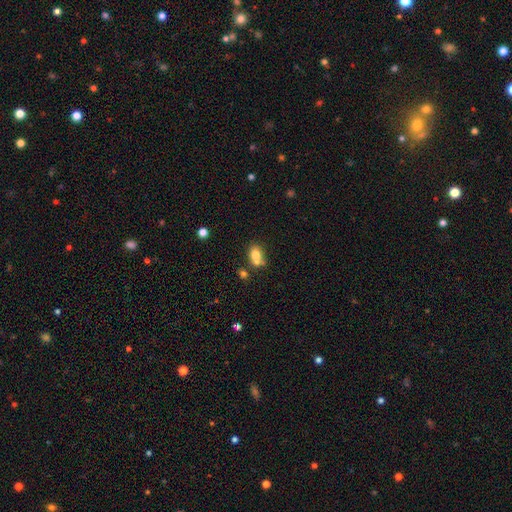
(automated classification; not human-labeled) Smooth or featured?
  - smooth: 75% *
  - featured or disk: 14%
  - star or artifact: 11%
How rounded?
  - in between: 70% *
  - round: 29%
  - cigar-shaped: 2%
Merging?
  - merger: 46% *
  - none: 36%
  - minor disturbance: 13%
  - major disturbance: 5%